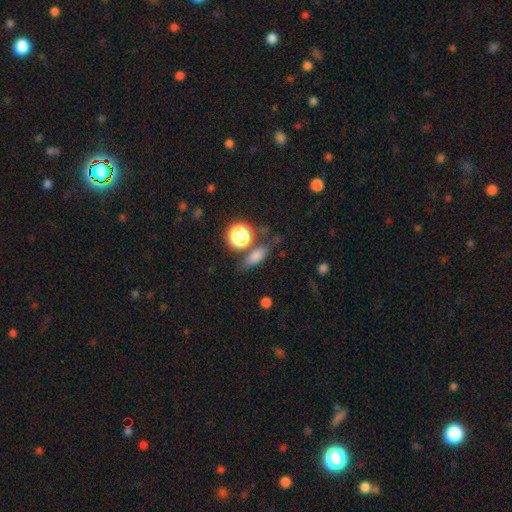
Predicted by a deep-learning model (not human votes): A smooth galaxy with no disk features (75%) that is in between round and cigar-shaped (58%). Merging: none (66%).